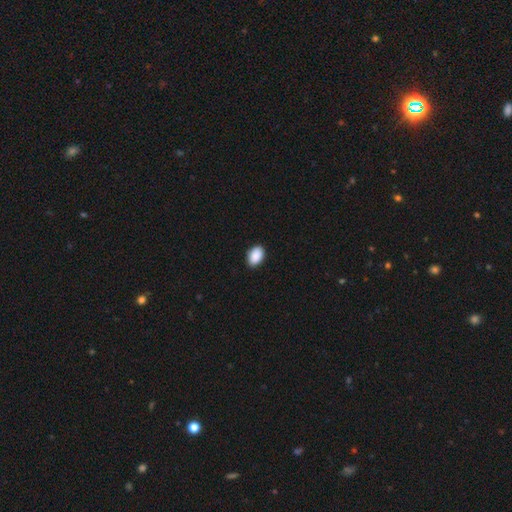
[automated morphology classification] The model was most divided on "how rounded": in between: 87%, round: 12%, cigar-shaped: 1%. More confident: smooth or featured — smooth (91%); merging — none (89%).